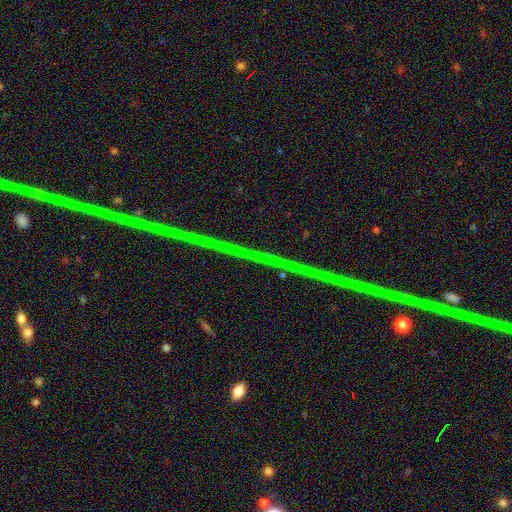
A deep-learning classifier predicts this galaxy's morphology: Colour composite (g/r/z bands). It shows a star or artifact, not a galaxy (79%).